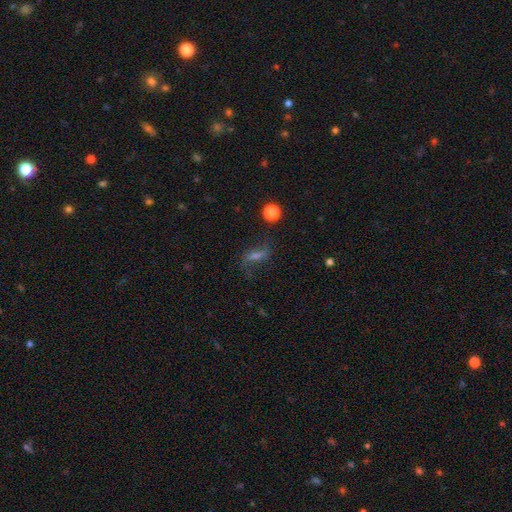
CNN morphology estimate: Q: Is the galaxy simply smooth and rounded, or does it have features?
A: featured or disk — 41%.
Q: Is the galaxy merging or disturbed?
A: none — 67%.